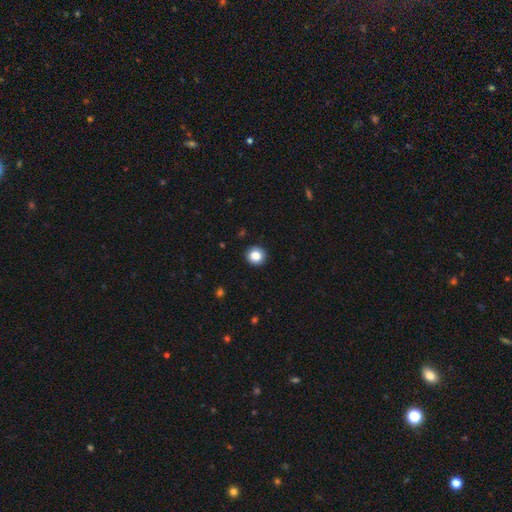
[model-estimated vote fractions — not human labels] The model was most divided on "smooth or featured": smooth: 85%, star or artifact: 9%, featured or disk: 5%. More confident: merging — none (92%); how rounded — round (92%).